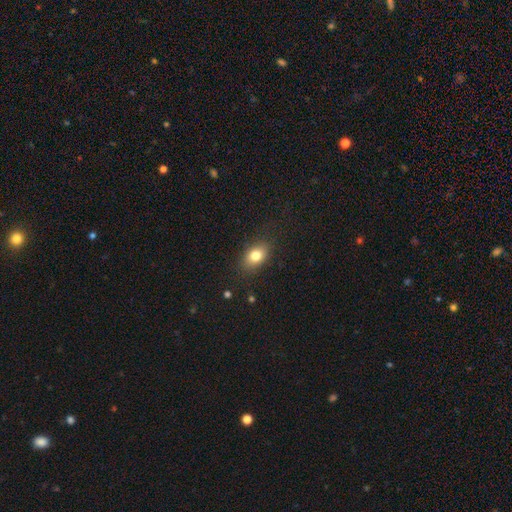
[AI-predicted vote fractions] The model was most divided on "how rounded": in between: 78%, round: 20%, cigar-shaped: 2%. More confident: merging — none (83%); smooth or featured — smooth (80%).